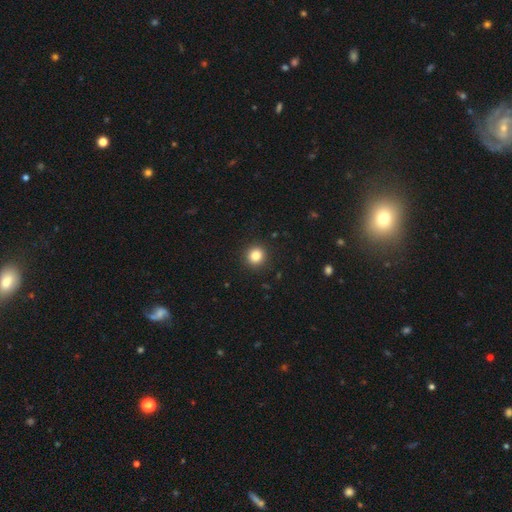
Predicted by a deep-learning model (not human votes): Q: Smooth or featured?
A: smooth (84%); runner-up: star or artifact (11%)
Q: How rounded?
A: round (92%); runner-up: in between (7%)
Q: Merging?
A: none (92%); runner-up: minor disturbance (5%)